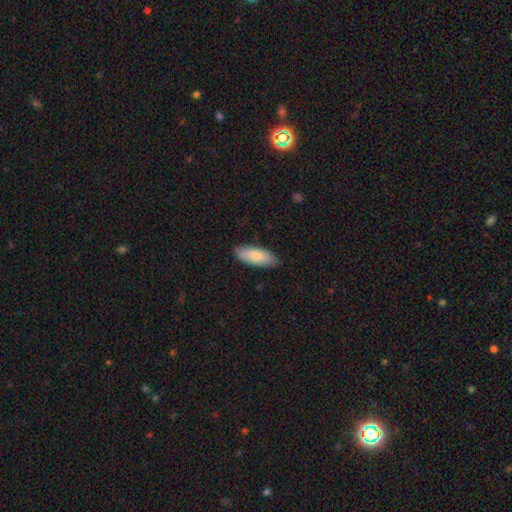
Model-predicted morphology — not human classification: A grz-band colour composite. It shows a smooth galaxy with no disk features (81%) that is in between round and cigar-shaped (79%). Merging: none (85%).